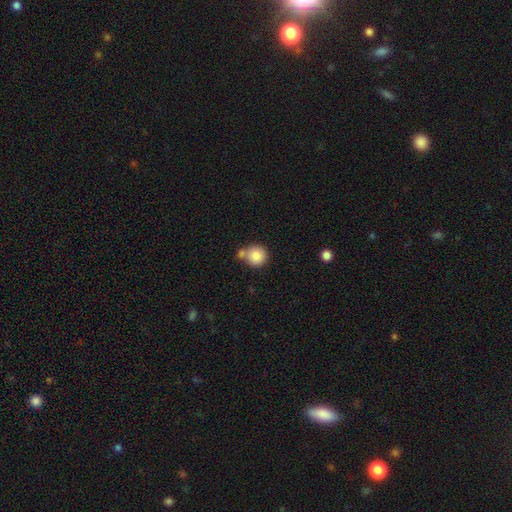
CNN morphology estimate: Overall: smooth (86%). How rounded: round (93%). Merging: none (57%; merger 28%).